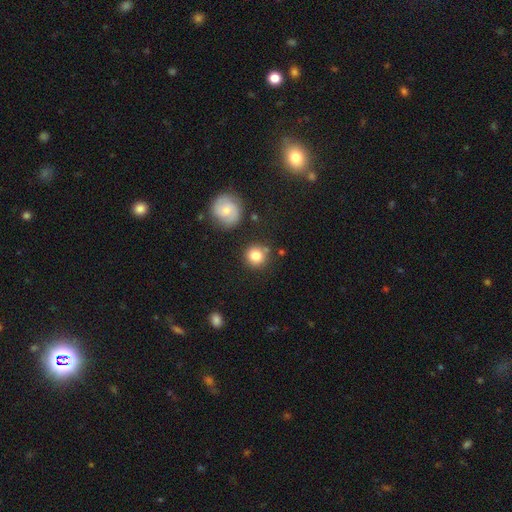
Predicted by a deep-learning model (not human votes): Q: Smooth or featured?
A: smooth (82%); runner-up: star or artifact (9%)
Q: How rounded?
A: round (92%); runner-up: in between (7%)
Q: Merging?
A: none (79%); runner-up: minor disturbance (11%)